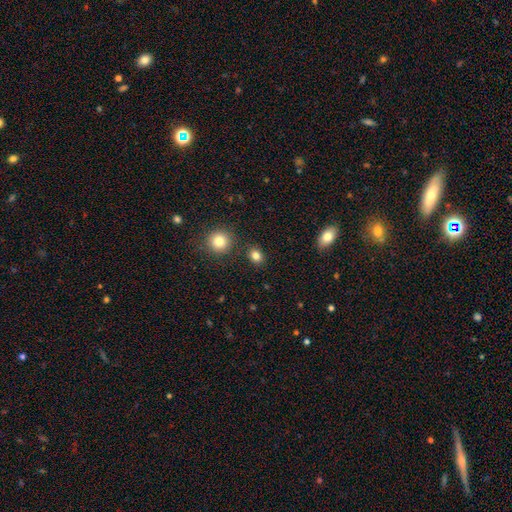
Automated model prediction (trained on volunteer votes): smooth-or-featured: smooth: 82% | star or artifact: 12% | featured or disk: 6%
  how-rounded: round: 59% | in between: 40% | cigar-shaped: 1%
  merging: none: 85% | minor disturbance: 8% | merger: 4% | major disturbance: 3%